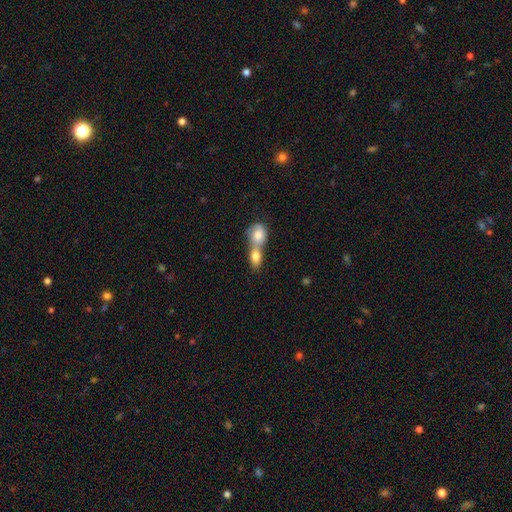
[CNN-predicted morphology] Smooth or featured: smooth — 78% (featured or disk — 15%)
How rounded: in between — 70% (round — 24%)
Merging: merger — 78% (none — 15%)